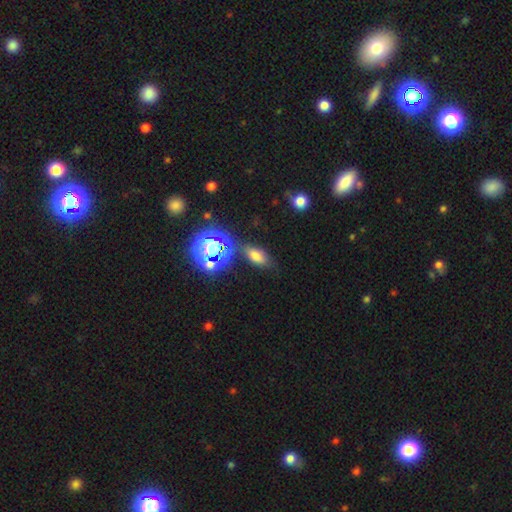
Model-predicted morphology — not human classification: This appears to be a smooth galaxy with no disk features (61%) that is in between round and cigar-shaped (81%). Merging: none (73%).